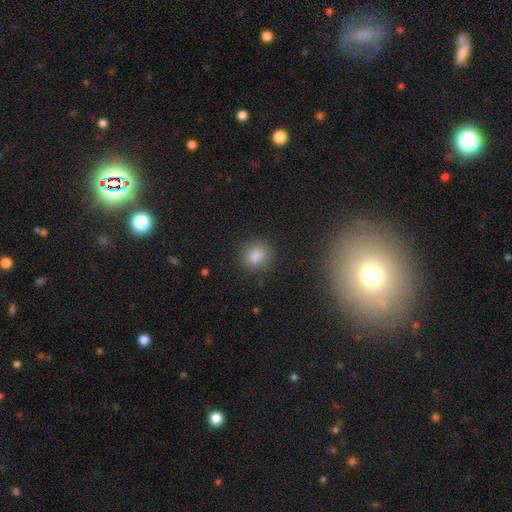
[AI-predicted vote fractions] Smooth or featured: smooth — 82% (star or artifact — 12%)
How rounded: round — 77% (in between — 21%)
Merging: none — 89% (minor disturbance — 7%)